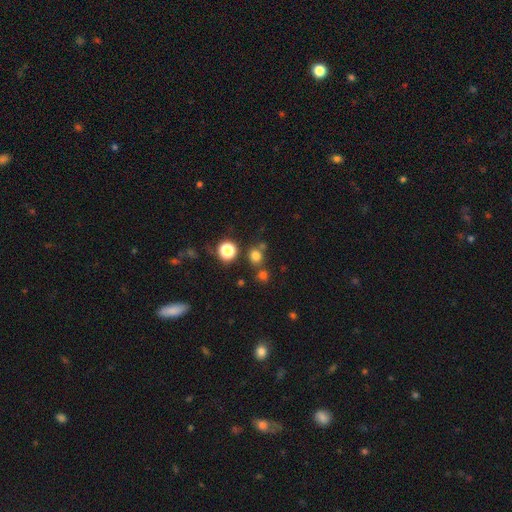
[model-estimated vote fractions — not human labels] Smooth or featured: smooth — 72% (star or artifact — 22%)
How rounded: round — 86% (in between — 13%)
Merging: none — 74% (merger — 15%)